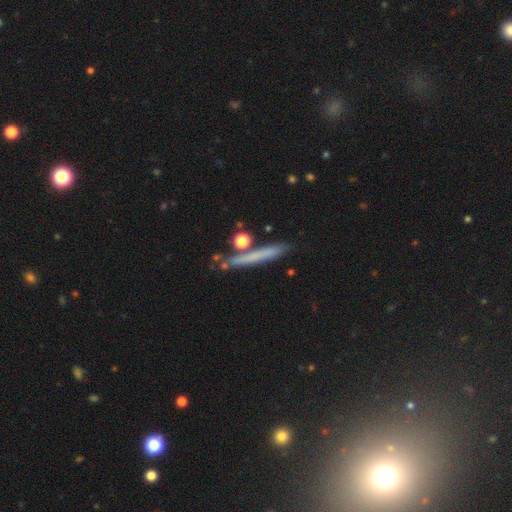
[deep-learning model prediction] Q: Smooth or featured?
A: smooth (55%); runner-up: featured or disk (36%)
Q: How rounded?
A: cigar-shaped (92%); runner-up: in between (4%)
Q: Merging?
A: none (78%); runner-up: minor disturbance (12%)